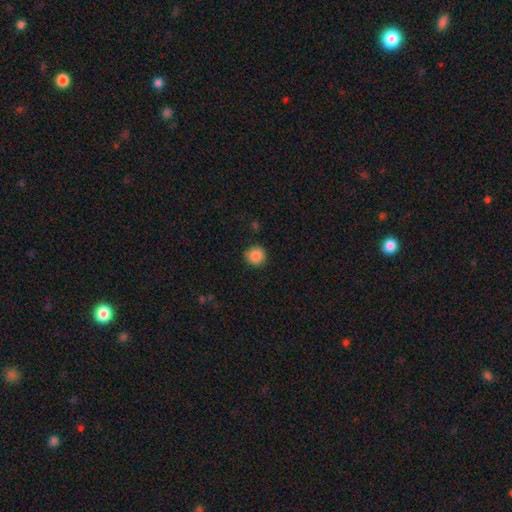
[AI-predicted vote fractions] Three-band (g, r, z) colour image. It shows a smooth galaxy with no disk features (87%) that is round (94%). Merging: none (89%).